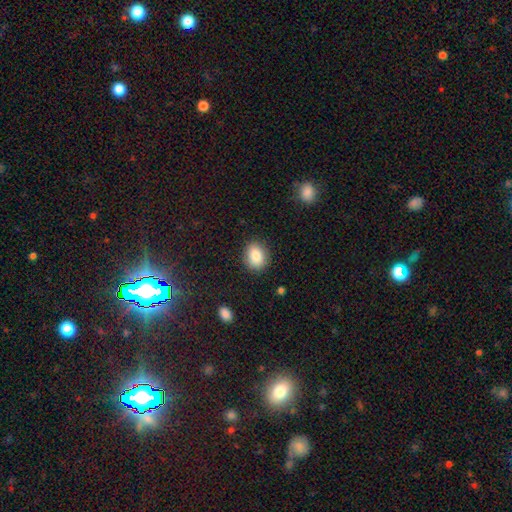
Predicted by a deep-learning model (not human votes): smooth-or-featured: smooth: 86% | star or artifact: 8% | featured or disk: 6%
  how-rounded: in between: 53% | round: 46% | cigar-shaped: 1%
  merging: none: 86% | minor disturbance: 10% | major disturbance: 3% | merger: 1%